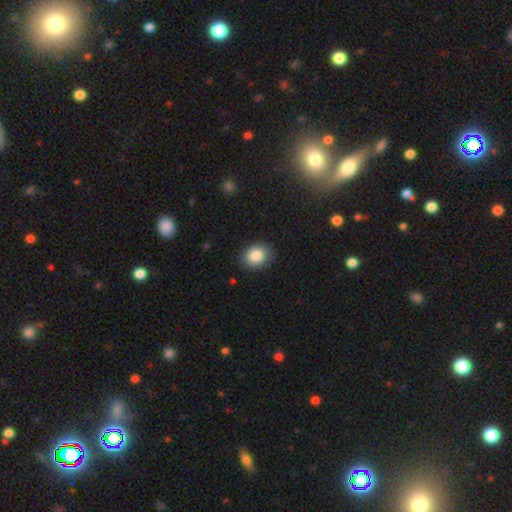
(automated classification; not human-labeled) A smooth galaxy with no disk features (85%) that is in between round and cigar-shaped (54%).

Vote fractions:
- Smooth or featured? smooth: 85% / star or artifact: 8% / featured or disk: 7%
- How rounded? in between: 54% / round: 45% / cigar-shaped: 1%
- Merging? none: 85% / minor disturbance: 11% / major disturbance: 2% / merger: 1%